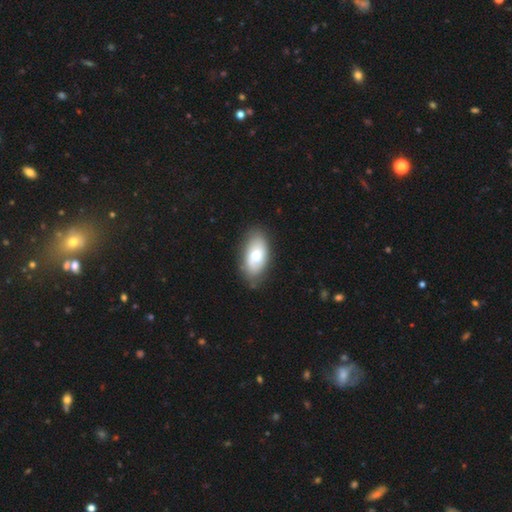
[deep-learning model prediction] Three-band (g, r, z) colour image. It shows a smooth galaxy with no disk features (69%) that is in between round and cigar-shaped (93%). Merging: none (80%).